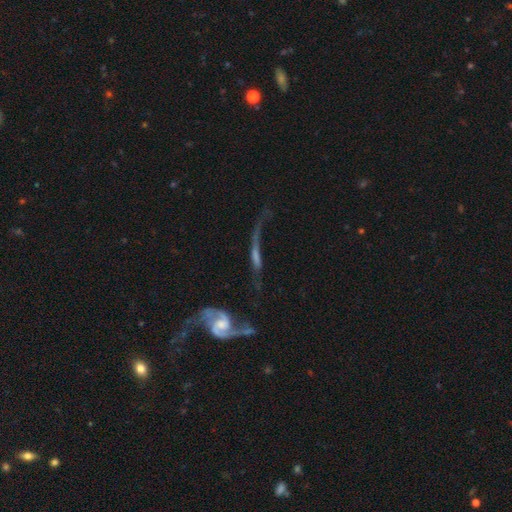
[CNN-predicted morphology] type=featured or disk (71%); edge-on=no (67%); merging=major disturbance (38%).